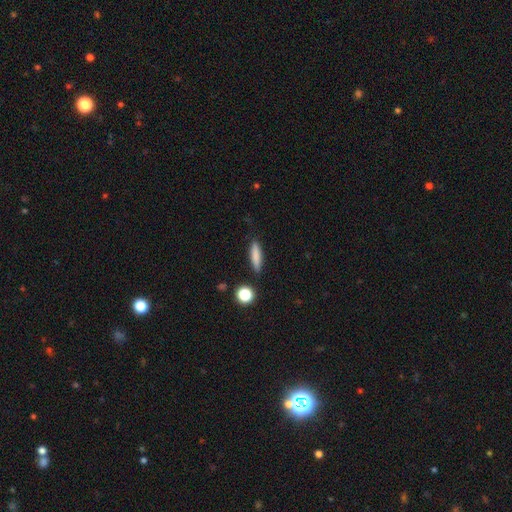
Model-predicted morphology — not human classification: Smooth or featured: smooth — 80% (featured or disk — 12%)
How rounded: cigar-shaped — 77% (in between — 20%)
Merging: none — 86% (minor disturbance — 9%)